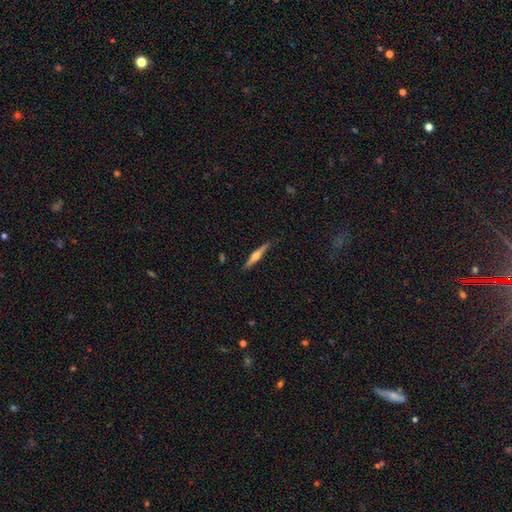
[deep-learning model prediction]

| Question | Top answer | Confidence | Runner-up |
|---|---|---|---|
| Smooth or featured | featured or disk | 59% | smooth (35%) |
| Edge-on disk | yes | 97% | no (3%) |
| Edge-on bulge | rounded | 86% | boxy (7%) |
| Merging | none | 87% | minor disturbance (10%) |